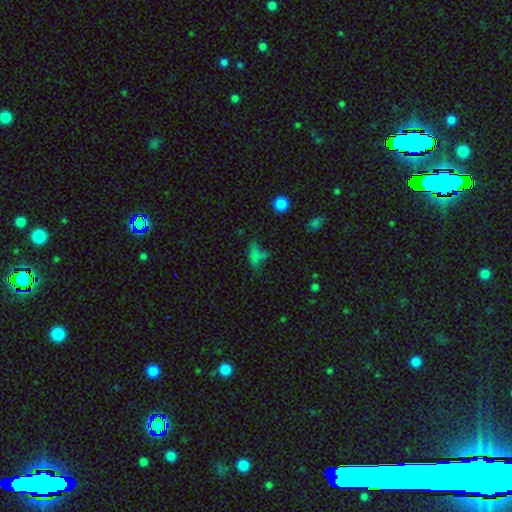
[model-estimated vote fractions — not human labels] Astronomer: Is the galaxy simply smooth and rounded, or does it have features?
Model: smooth — 55%.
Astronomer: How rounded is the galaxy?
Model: in between — 56%.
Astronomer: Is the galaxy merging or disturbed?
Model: none — 43% (runner-up: major disturbance, 22%).